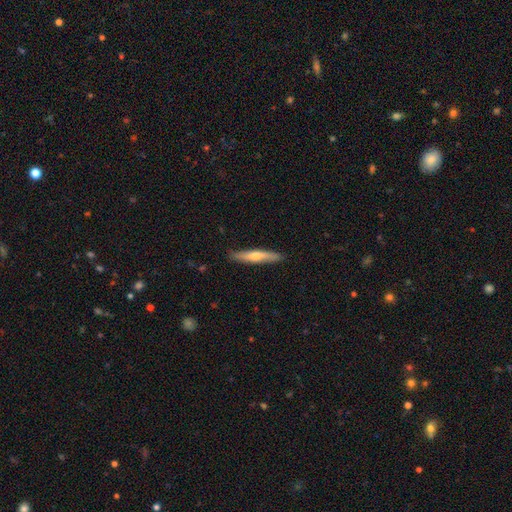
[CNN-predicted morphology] Smooth or featured? smooth (48%)
Merging? none (89%)